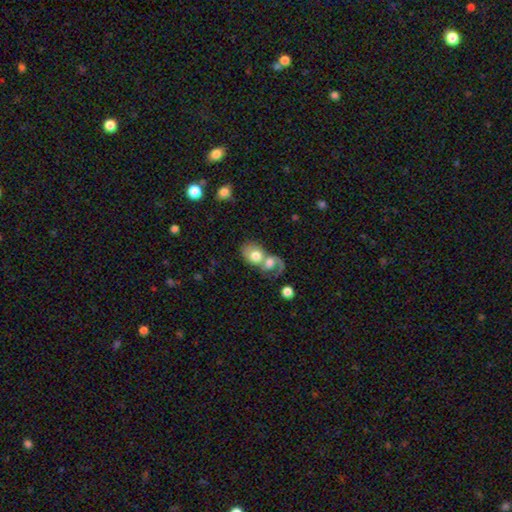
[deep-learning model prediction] This is possibly a smooth galaxy (58%). How rounded: possibly in between (56%). Merging: likely merger (77%).